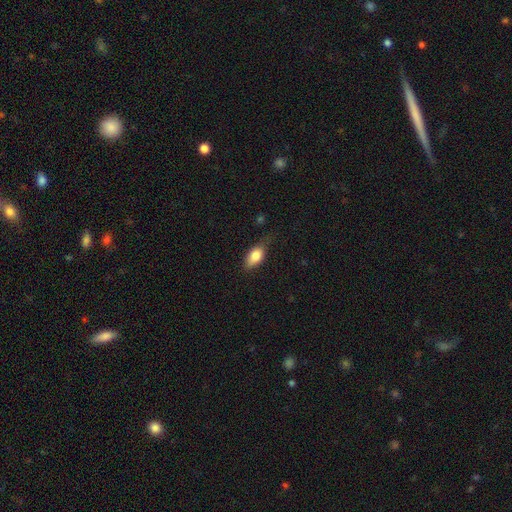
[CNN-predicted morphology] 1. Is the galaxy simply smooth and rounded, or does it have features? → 79% smooth, 14% featured or disk, 7% star or artifact.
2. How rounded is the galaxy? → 87% in between, 7% cigar-shaped, 6% round.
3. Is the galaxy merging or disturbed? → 64% none, 27% minor disturbance, 7% major disturbance, 2% merger.